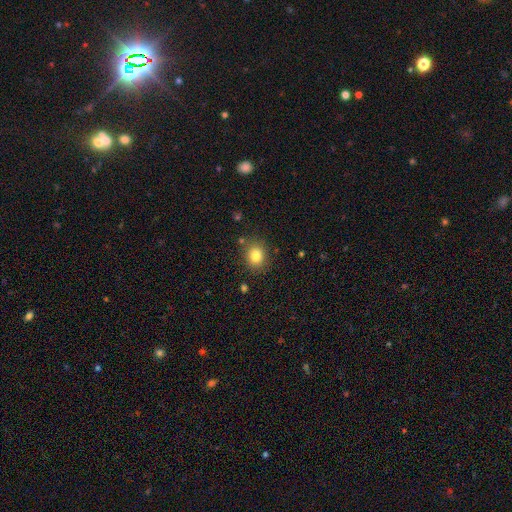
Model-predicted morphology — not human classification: smooth_or_featured: smooth (p=0.82) [alt: star or artifact p=0.11]
how_rounded: round (p=0.67) [alt: in between p=0.32]
merging: none (p=0.84) [alt: minor disturbance p=0.10]